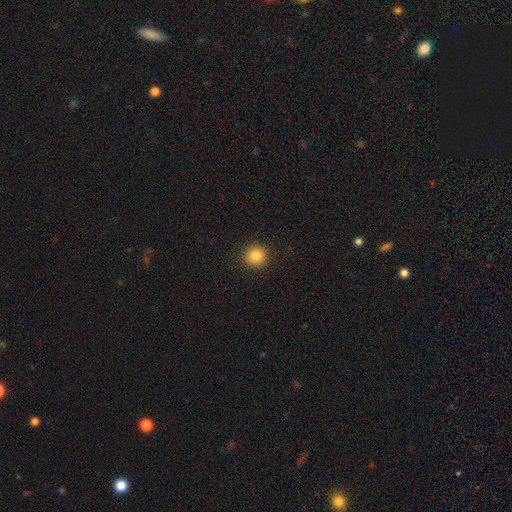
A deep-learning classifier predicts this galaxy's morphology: type=smooth (85%); roundness=round (93%); merging=none (92%).